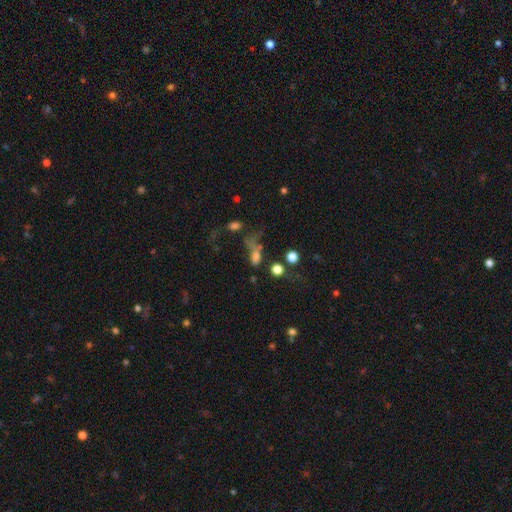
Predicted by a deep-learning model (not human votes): A smooth galaxy with no disk features (56%) that is in between round and cigar-shaped (59%).

Vote fractions:
- Smooth or featured? smooth: 56% / star or artifact: 25% / featured or disk: 19%
- How rounded? in between: 59% / round: 27% / cigar-shaped: 14%
- Merging? major disturbance: 32% / none: 30% / merger: 25% / minor disturbance: 14%